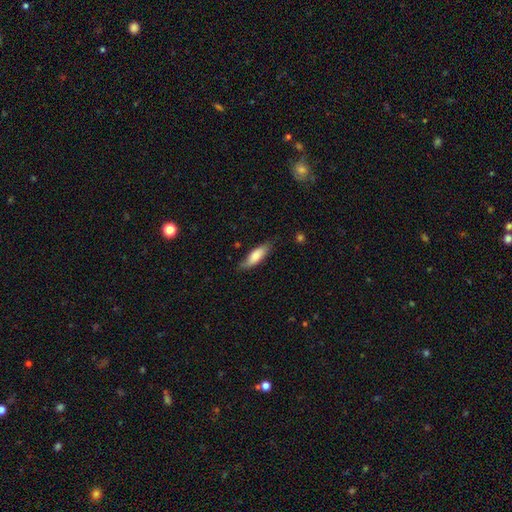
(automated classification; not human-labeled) smooth_or_featured: smooth (p=0.78) [alt: featured or disk p=0.16]
how_rounded: in between (p=0.54) [alt: cigar-shaped p=0.44]
merging: none (p=0.74) [alt: minor disturbance p=0.21]